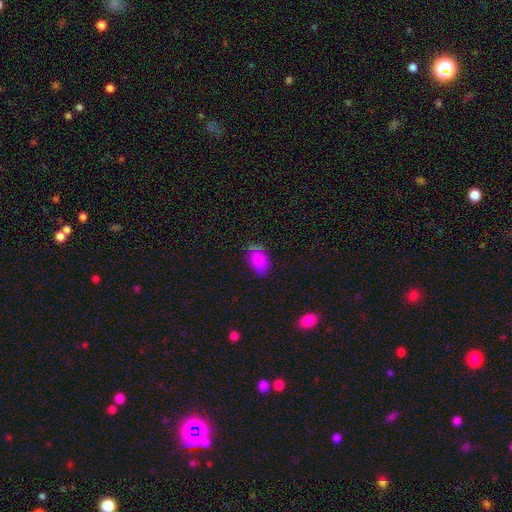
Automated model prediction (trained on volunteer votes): A smooth galaxy with no disk features (81%) that is in between round and cigar-shaped (87%).

Vote fractions:
- Smooth or featured? smooth: 81% / featured or disk: 10% / star or artifact: 9%
- How rounded? in between: 87% / round: 11% / cigar-shaped: 2%
- Merging? none: 65% / minor disturbance: 26% / major disturbance: 6% / merger: 3%